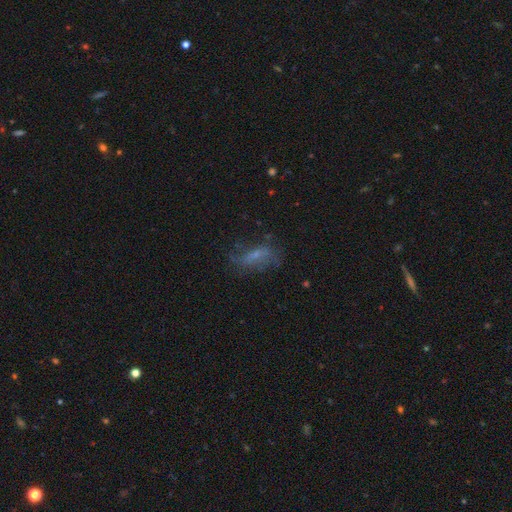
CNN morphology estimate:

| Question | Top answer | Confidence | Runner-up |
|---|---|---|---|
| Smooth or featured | featured or disk | 47% | smooth (38%) |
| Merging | none | 54% | minor disturbance (24%) |